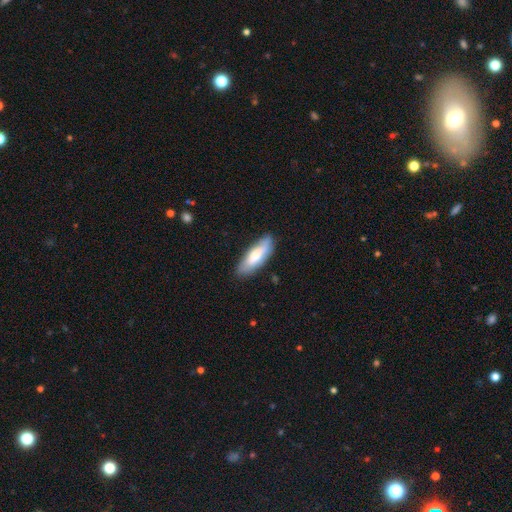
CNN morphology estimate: The model was most divided on "how rounded": in between: 62%, cigar-shaped: 36%, round: 2%. More confident: merging — none (79%); smooth or featured — smooth (68%).